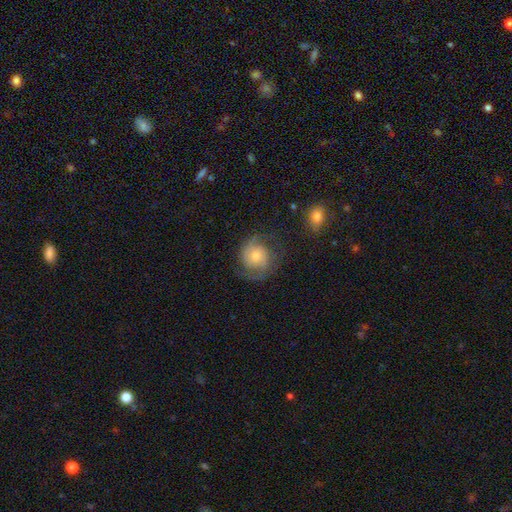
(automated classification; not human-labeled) Overall: featured or disk (70%). Edge-on disk: no (98%). Bar: no (74%). Spiral arms: yes (94%). Spiral arm count: 2 (86%). Spiral winding: medium (47%; tight 32%). Bulge size: small (49%; moderate 39%). Merging: none (72%).